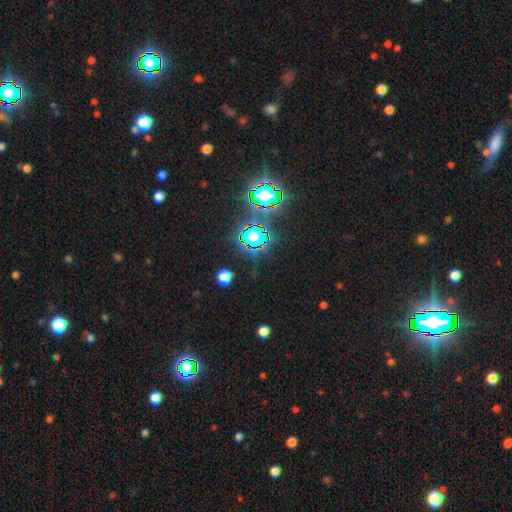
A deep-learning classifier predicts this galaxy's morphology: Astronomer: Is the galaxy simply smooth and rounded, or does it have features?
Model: star or artifact — 82%.